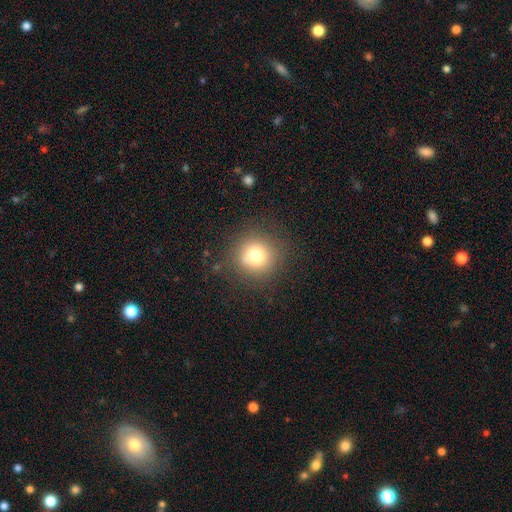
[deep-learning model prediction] This appears to be a smooth galaxy with no disk features (74%) that is round (92%). Merging: none (84%).